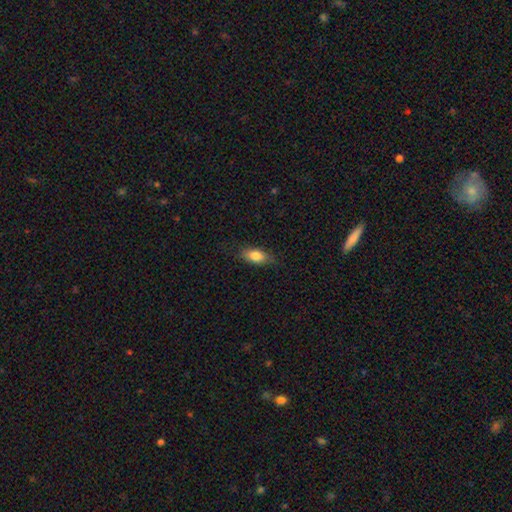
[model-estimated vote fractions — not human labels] Smooth or featured?
  - smooth: 81% *
  - featured or disk: 12%
  - star or artifact: 7%
How rounded?
  - in between: 85% *
  - cigar-shaped: 11%
  - round: 4%
Merging?
  - none: 81% *
  - minor disturbance: 15%
  - major disturbance: 3%
  - merger: 1%